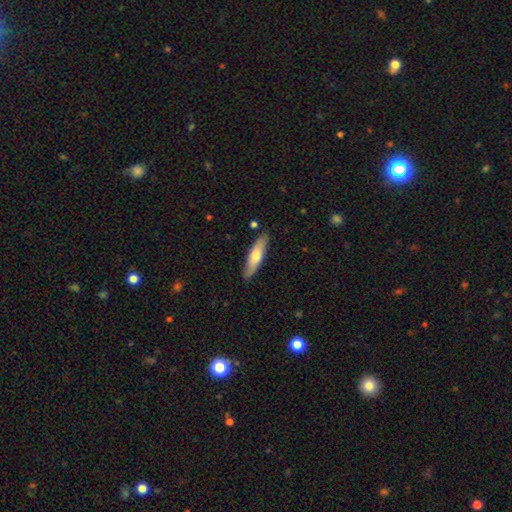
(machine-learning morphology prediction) Smooth or featured?
  - smooth: 64% *
  - featured or disk: 31%
  - star or artifact: 5%
How rounded?
  - cigar-shaped: 67% *
  - in between: 31%
  - round: 2%
Merging?
  - none: 87% *
  - minor disturbance: 10%
  - merger: 2%
  - major disturbance: 2%